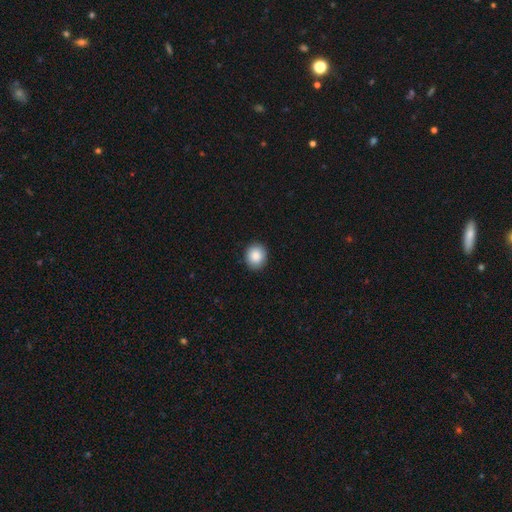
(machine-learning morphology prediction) type=smooth (87%); roundness=round (76%); merging=none (90%).